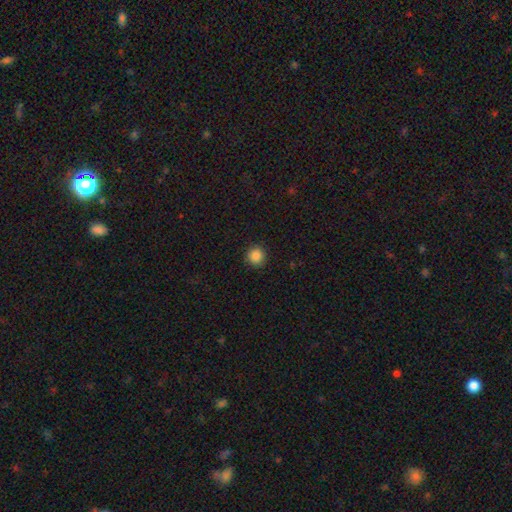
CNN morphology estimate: smooth-or-featured: smooth: 87% | star or artifact: 10% | featured or disk: 3%
  how-rounded: round: 94% | in between: 5% | cigar-shaped: 1%
  merging: none: 91% | minor disturbance: 6% | major disturbance: 2% | merger: 1%